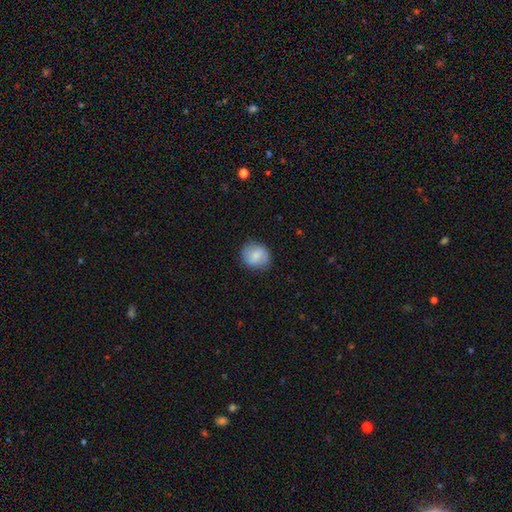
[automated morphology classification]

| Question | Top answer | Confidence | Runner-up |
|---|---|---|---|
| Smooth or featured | smooth | 77% | featured or disk (16%) |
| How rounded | round | 79% | in between (20%) |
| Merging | none | 82% | minor disturbance (14%) |